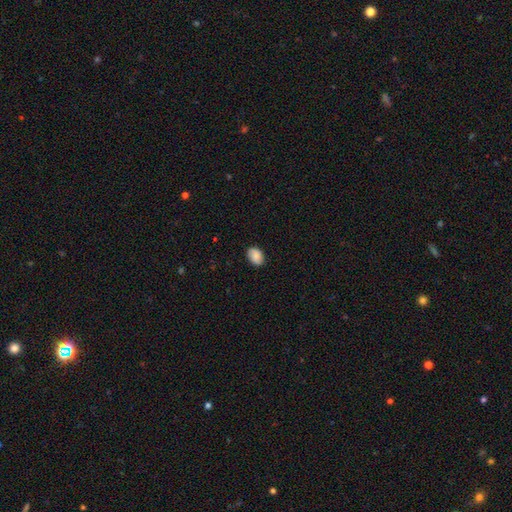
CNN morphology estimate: smooth-or-featured: smooth: 81% | featured or disk: 12% | star or artifact: 7%
  how-rounded: in between: 79% | round: 20% | cigar-shaped: 1%
  merging: none: 83% | minor disturbance: 13% | major disturbance: 2% | merger: 1%